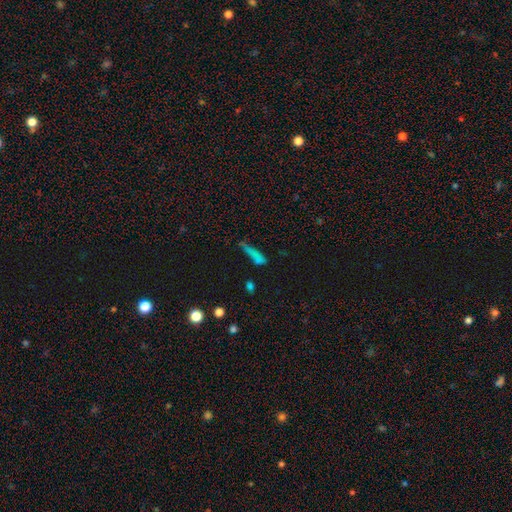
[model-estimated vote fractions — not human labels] smooth_or_featured: smooth (p=0.68) [alt: star or artifact p=0.17]
how_rounded: cigar-shaped (p=0.73) [alt: in between p=0.22]
merging: none (p=0.44) [alt: minor disturbance p=0.26]